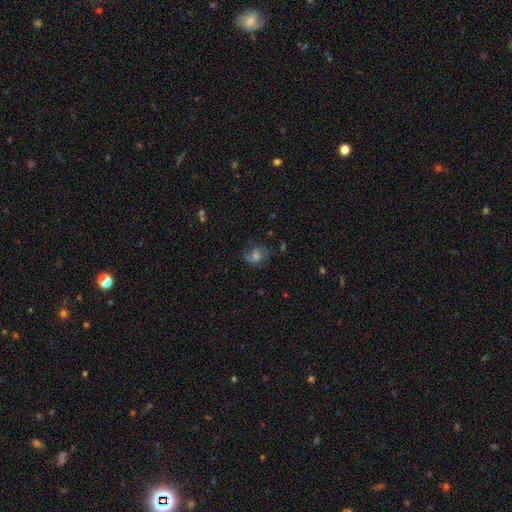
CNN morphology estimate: A smooth galaxy with no disk features (51%) that is round (52%).

Vote fractions:
- Smooth or featured? smooth: 51% / featured or disk: 26% / star or artifact: 23%
- How rounded? round: 52% / in between: 46% / cigar-shaped: 2%
- Merging? none: 63% / minor disturbance: 22% / major disturbance: 11% / merger: 3%